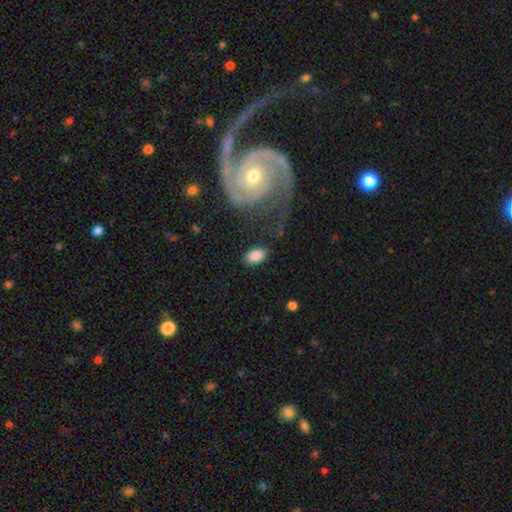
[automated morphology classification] This appears to be a smooth galaxy with no disk features (86%) that is in between round and cigar-shaped (90%). Merging: none (81%).